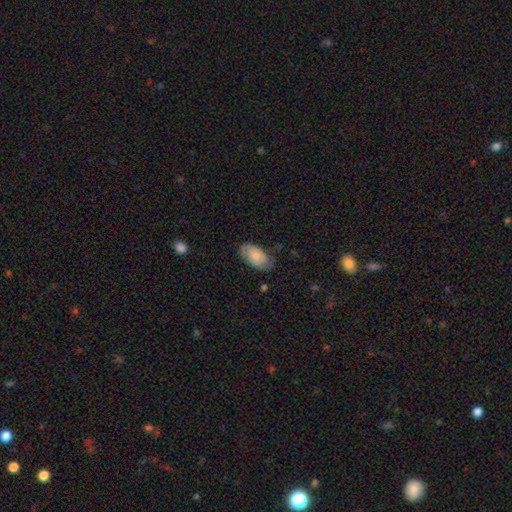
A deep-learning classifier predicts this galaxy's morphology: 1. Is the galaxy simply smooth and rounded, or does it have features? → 67% smooth, 26% featured or disk, 7% star or artifact.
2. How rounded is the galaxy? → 95% in between, 3% round, 2% cigar-shaped.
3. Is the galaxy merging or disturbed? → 69% none, 24% minor disturbance, 6% major disturbance, 1% merger.